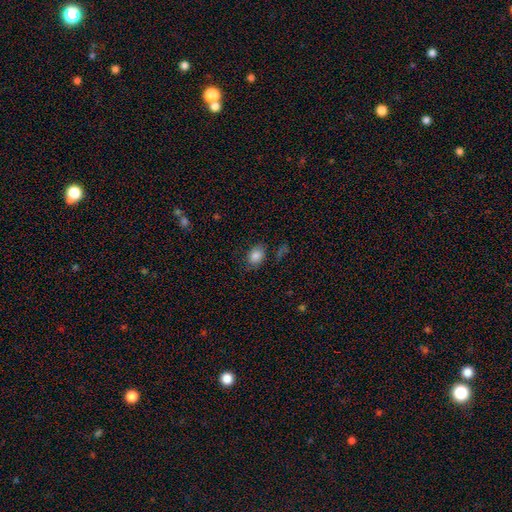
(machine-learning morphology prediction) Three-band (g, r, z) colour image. It shows a smooth galaxy with no disk features (84%) that is in between round and cigar-shaped (70%). Merging: none (68%).